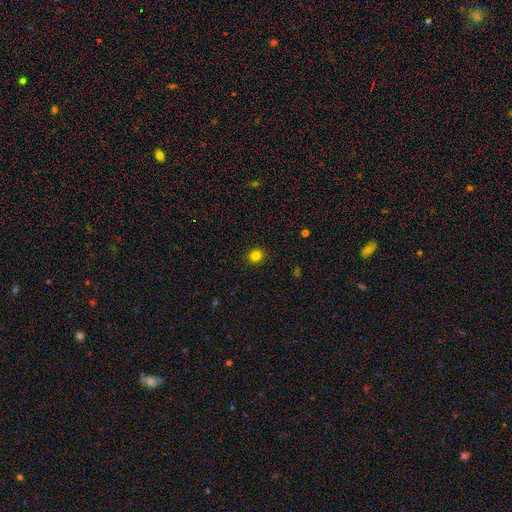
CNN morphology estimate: Q: Smooth or featured?
A: smooth (82%); runner-up: star or artifact (13%)
Q: How rounded?
A: round (84%); runner-up: in between (15%)
Q: Merging?
A: none (92%); runner-up: minor disturbance (5%)